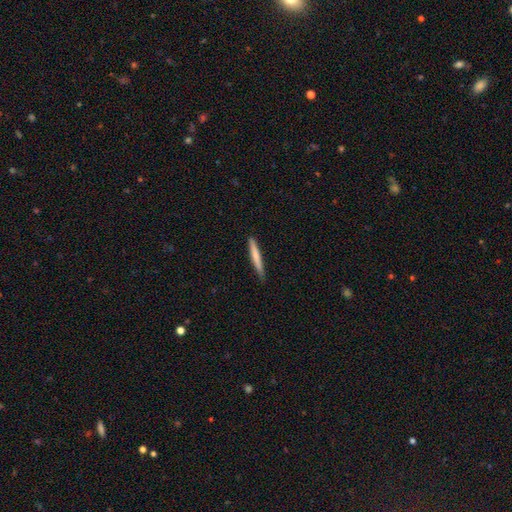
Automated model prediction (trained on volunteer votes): smooth 69%, featured or disk 25%, star or artifact 5%. Down the decision tree: how rounded — cigar-shaped (96%); merging — none (85%).